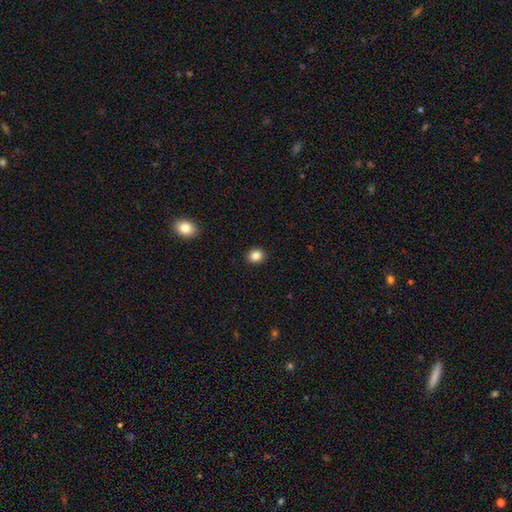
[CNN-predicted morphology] smooth-or-featured: smooth: 85% | star or artifact: 11% | featured or disk: 4%
  how-rounded: round: 73% | in between: 26% | cigar-shaped: 1%
  merging: none: 92% | minor disturbance: 5% | major disturbance: 2% | merger: 1%